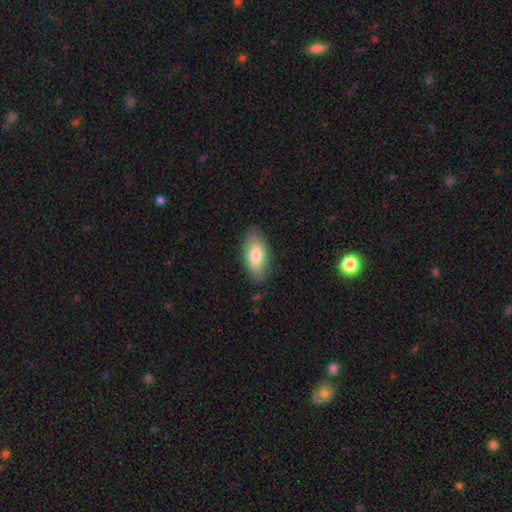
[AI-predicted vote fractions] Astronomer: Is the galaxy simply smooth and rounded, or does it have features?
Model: smooth — 75%.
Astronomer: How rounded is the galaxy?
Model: in between — 89%.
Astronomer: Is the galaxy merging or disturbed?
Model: none — 83%.